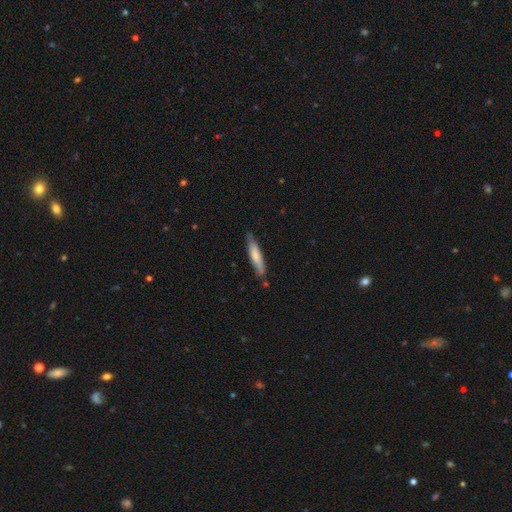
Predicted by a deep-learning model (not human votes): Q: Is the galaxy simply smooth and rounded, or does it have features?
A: smooth — 66%.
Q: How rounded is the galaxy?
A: cigar-shaped — 85%.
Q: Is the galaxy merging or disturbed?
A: none — 76%.